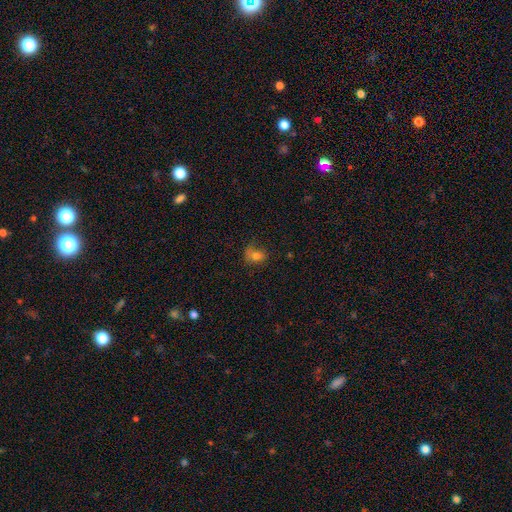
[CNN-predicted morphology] A smooth galaxy with no disk features (70%) that is in between round and cigar-shaped (53%). Merging: none (46%).